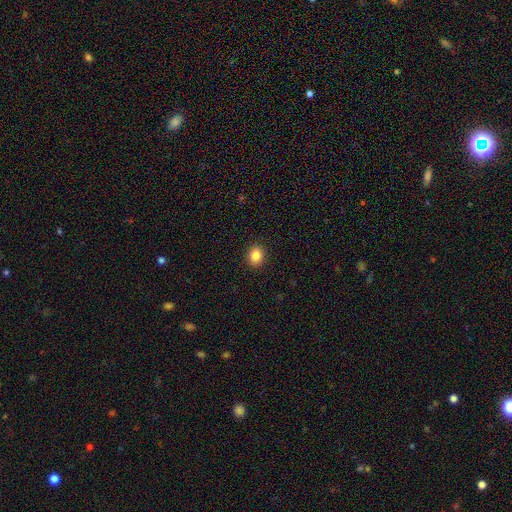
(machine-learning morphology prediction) Q: Smooth or featured?
A: smooth (85%); runner-up: star or artifact (10%)
Q: How rounded?
A: round (55%); runner-up: in between (44%)
Q: Merging?
A: none (91%); runner-up: minor disturbance (6%)